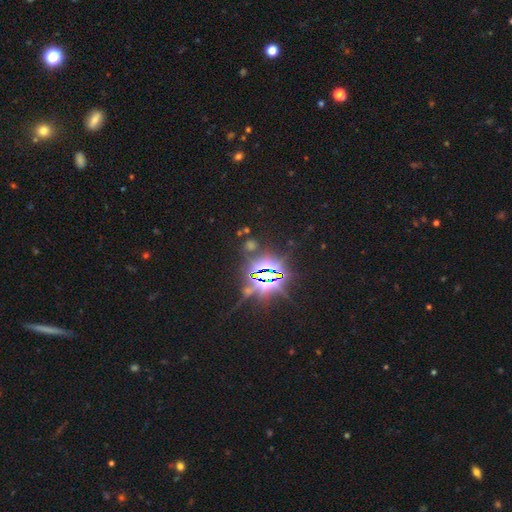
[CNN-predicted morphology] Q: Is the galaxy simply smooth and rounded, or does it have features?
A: star or artifact — 86%.